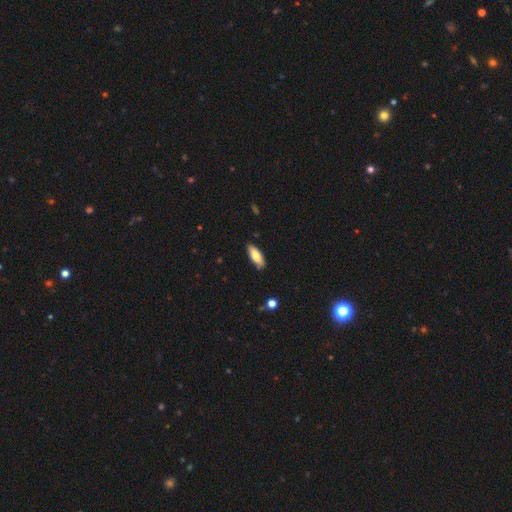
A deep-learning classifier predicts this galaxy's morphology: Smooth or featured? smooth (80%)
How rounded? in between (69%)
Merging? none (83%)